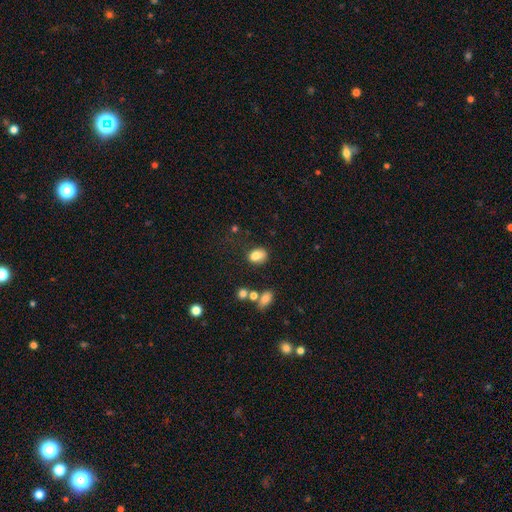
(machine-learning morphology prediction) Overall: smooth (81%). How rounded: in between (75%). Merging: none (63%).